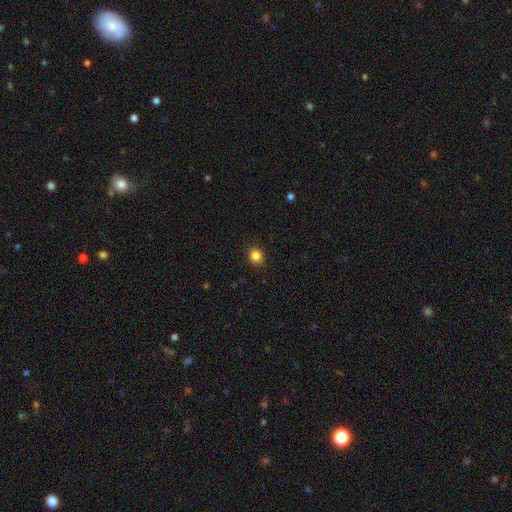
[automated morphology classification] Smooth or featured? smooth (85%)
How rounded? round (78%)
Merging? none (91%)